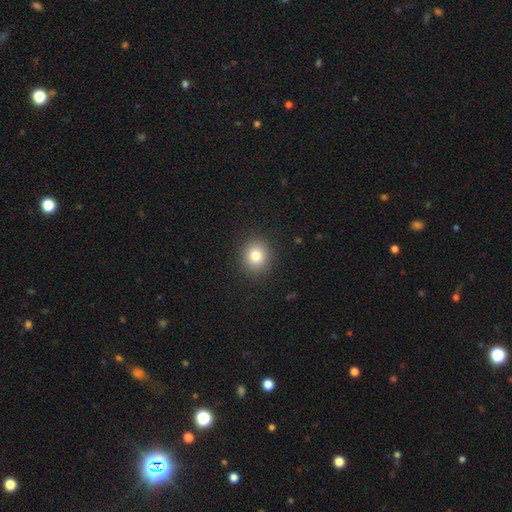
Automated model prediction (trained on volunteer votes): Q: Smooth or featured?
A: smooth (82%); runner-up: star or artifact (11%)
Q: How rounded?
A: round (78%); runner-up: in between (21%)
Q: Merging?
A: none (89%); runner-up: minor disturbance (7%)